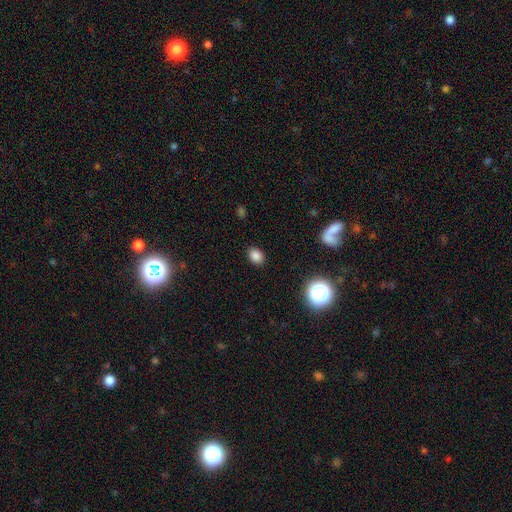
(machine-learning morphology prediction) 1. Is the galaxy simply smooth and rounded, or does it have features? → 83% smooth, 13% star or artifact, 4% featured or disk.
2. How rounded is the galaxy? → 62% in between, 37% round, 1% cigar-shaped.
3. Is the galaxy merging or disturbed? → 88% none, 8% minor disturbance, 3% major disturbance, 1% merger.